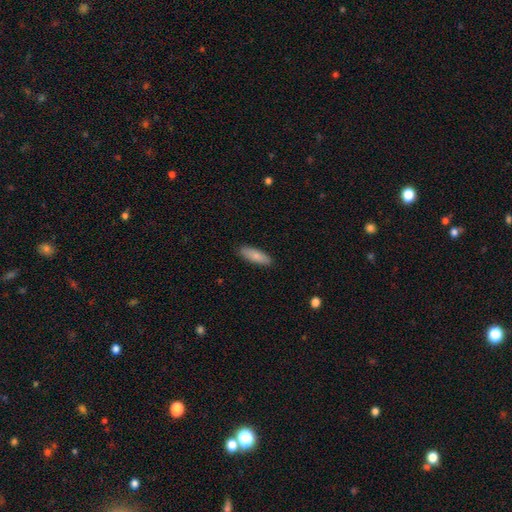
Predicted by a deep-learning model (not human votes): Q: Smooth or featured?
A: smooth (81%); runner-up: featured or disk (13%)
Q: How rounded?
A: in between (57%); runner-up: cigar-shaped (41%)
Q: Merging?
A: none (88%); runner-up: minor disturbance (9%)